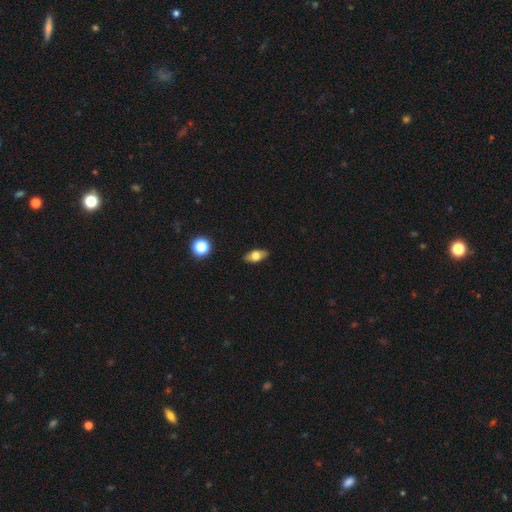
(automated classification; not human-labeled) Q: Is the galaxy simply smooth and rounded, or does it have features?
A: smooth — 66%.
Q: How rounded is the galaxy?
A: in between — 84%.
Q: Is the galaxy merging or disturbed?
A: none — 87%.